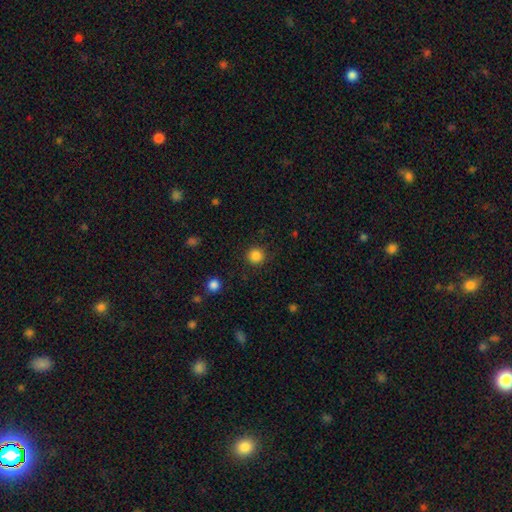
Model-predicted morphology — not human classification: smooth-or-featured: smooth: 85% | star or artifact: 12% | featured or disk: 3%
  how-rounded: round: 95% | in between: 4% | cigar-shaped: 1%
  merging: none: 91% | minor disturbance: 5% | major disturbance: 2% | merger: 1%